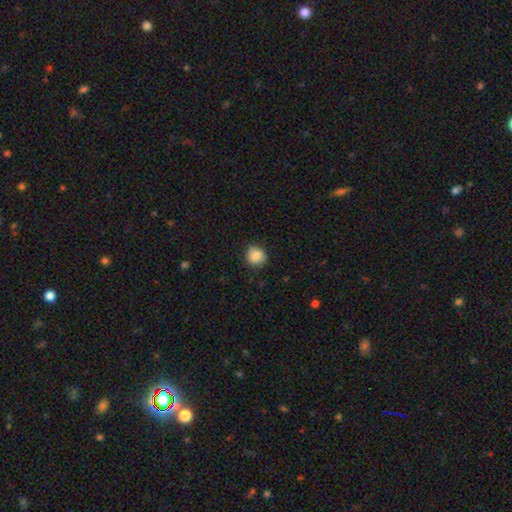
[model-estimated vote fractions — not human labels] Smooth or featured? smooth (86%)
How rounded? round (83%)
Merging? none (84%)